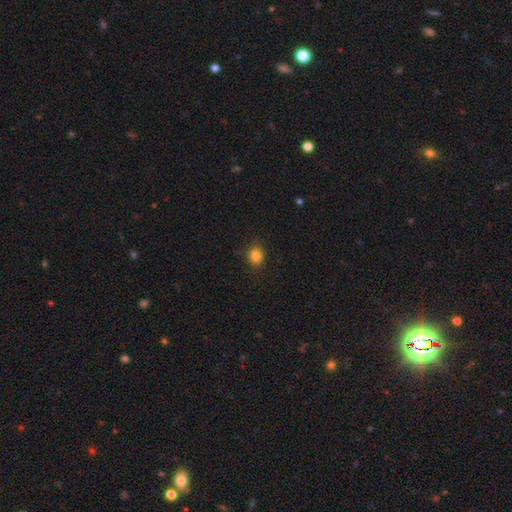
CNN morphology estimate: type=smooth (84%); roundness=round (75%); merging=none (88%).